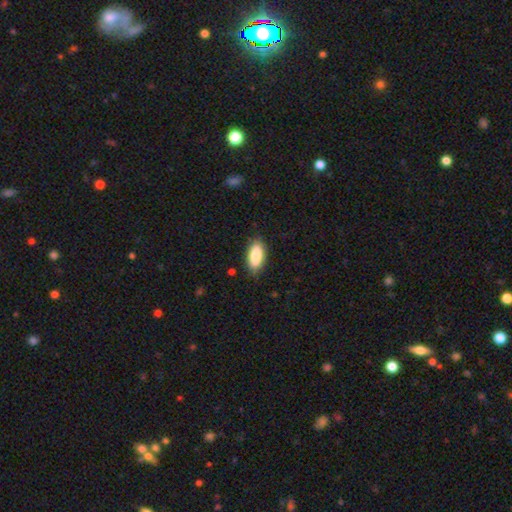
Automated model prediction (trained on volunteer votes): The model was most divided on "merging": none: 84%, minor disturbance: 12%, major disturbance: 2%, merger: 1%. More confident: how rounded — in between (88%); smooth or featured — smooth (87%).